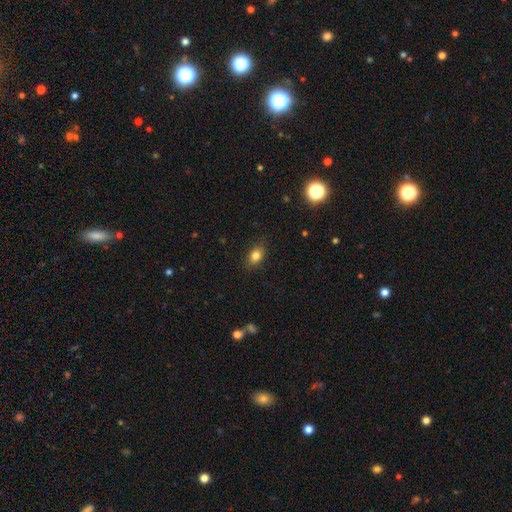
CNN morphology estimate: Overall: smooth (82%). How rounded: in between (74%). Merging: none (83%).